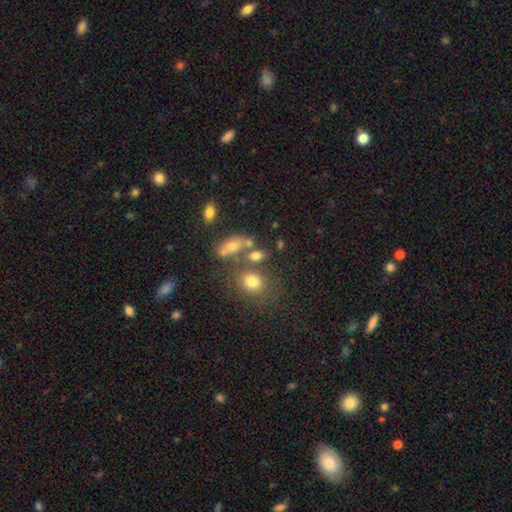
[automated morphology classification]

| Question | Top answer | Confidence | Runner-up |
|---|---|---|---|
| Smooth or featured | smooth | 71% | featured or disk (15%) |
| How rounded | in between | 67% | round (28%) |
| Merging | none | 48% | merger (30%) |